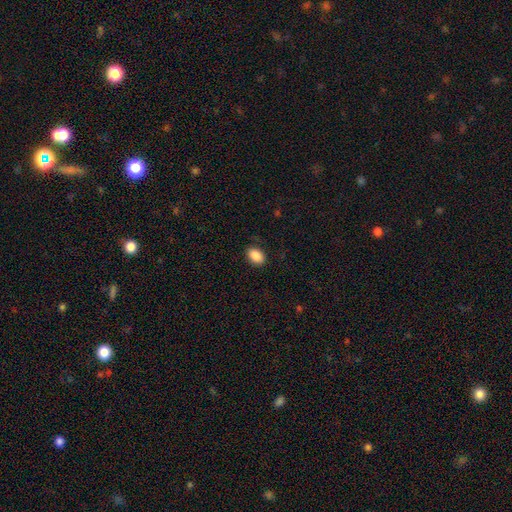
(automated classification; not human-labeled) Q: Smooth or featured?
A: smooth (88%); runner-up: star or artifact (8%)
Q: How rounded?
A: in between (87%); runner-up: round (12%)
Q: Merging?
A: none (87%); runner-up: minor disturbance (9%)